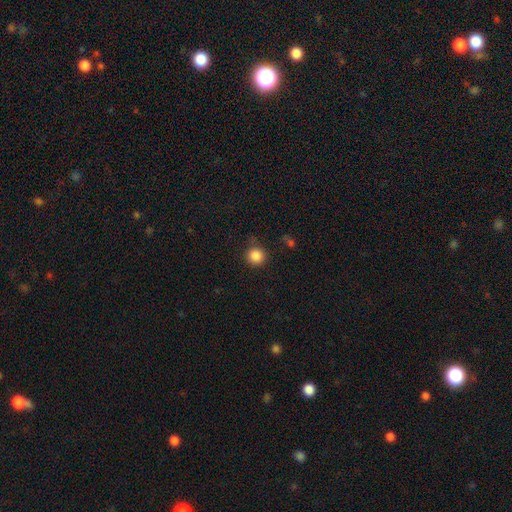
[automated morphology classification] This appears to be a smooth galaxy with no disk features (86%) that is round (94%). Merging: none (84%).